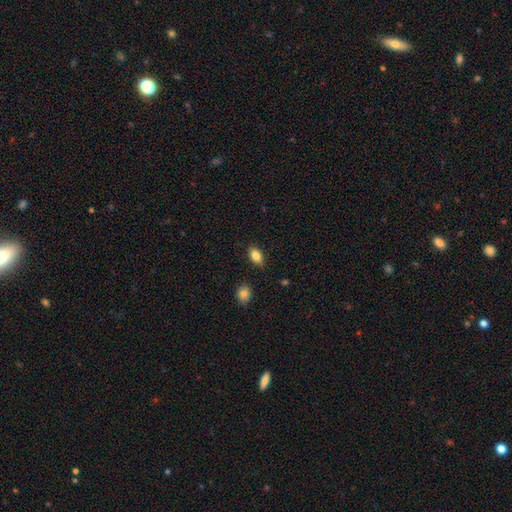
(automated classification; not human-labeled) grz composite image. It shows a smooth galaxy with no disk features (85%) that is in between round and cigar-shaped (89%). Merging: none (86%).